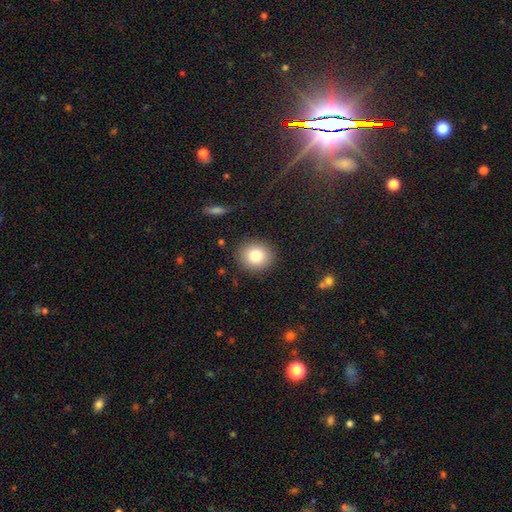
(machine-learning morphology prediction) Overall: smooth (81%). How rounded: round (83%). Merging: none (89%).